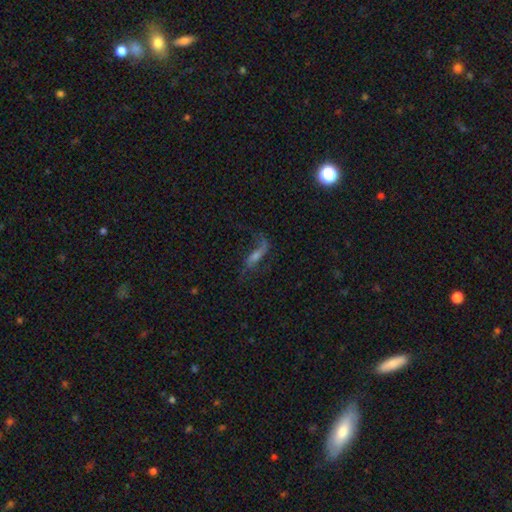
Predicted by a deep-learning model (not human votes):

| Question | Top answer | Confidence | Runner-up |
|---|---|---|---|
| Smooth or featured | featured or disk | 66% | smooth (20%) |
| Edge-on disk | no | 79% | yes (21%) |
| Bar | no | 43% | weak (32%) |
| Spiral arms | yes | 87% | no (13%) |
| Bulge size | small | 46% | moderate (34%) |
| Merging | none | 52% | major disturbance (25%) |